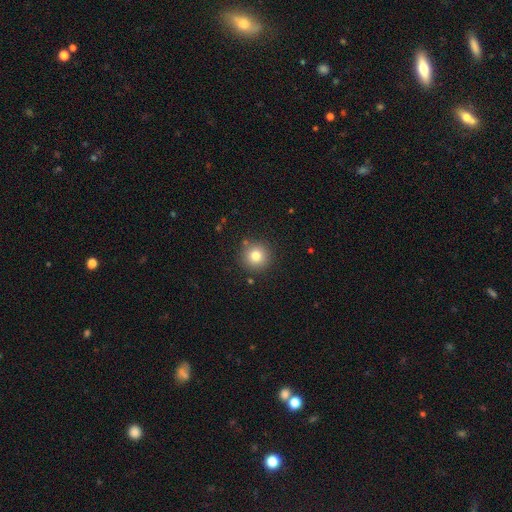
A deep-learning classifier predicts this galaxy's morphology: Q: Smooth or featured?
A: smooth (79%); runner-up: star or artifact (12%)
Q: How rounded?
A: round (95%); runner-up: in between (4%)
Q: Merging?
A: none (87%); runner-up: minor disturbance (7%)